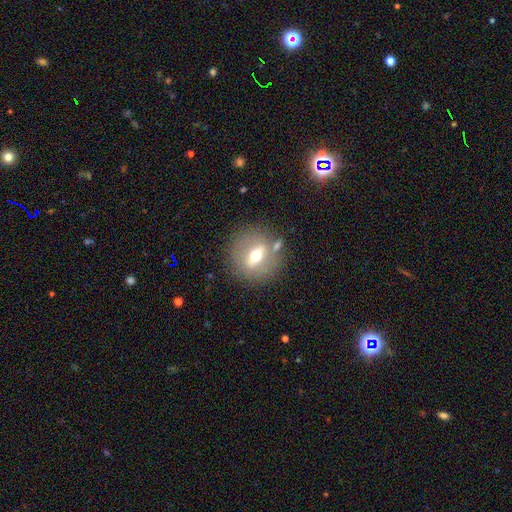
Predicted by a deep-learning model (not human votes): Smooth or featured: featured or disk — 51% (smooth — 39%)
Edge-on disk: no — 69% (yes — 31%)
Merging: none — 77% (minor disturbance — 12%)